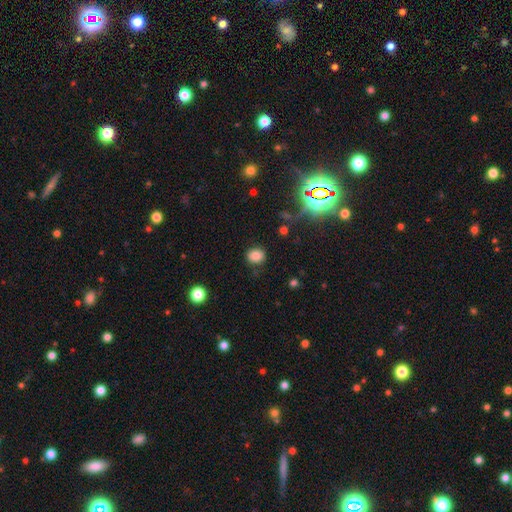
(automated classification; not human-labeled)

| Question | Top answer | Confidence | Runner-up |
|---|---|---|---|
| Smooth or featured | smooth | 79% | star or artifact (14%) |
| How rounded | round | 68% | in between (31%) |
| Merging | none | 83% | minor disturbance (11%) |